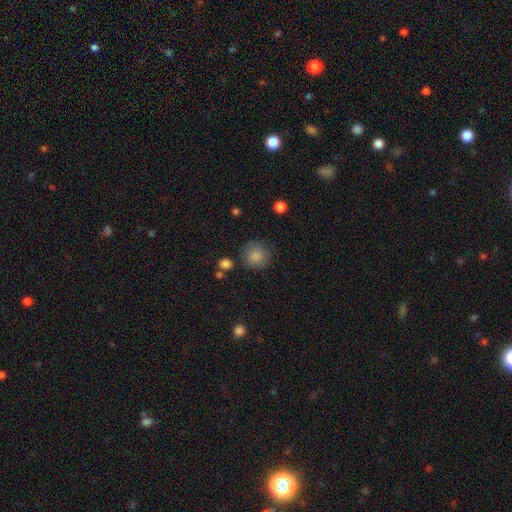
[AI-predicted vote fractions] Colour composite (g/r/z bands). It shows a smooth galaxy with no disk features (86%) that is round (91%). Merging: none (80%).